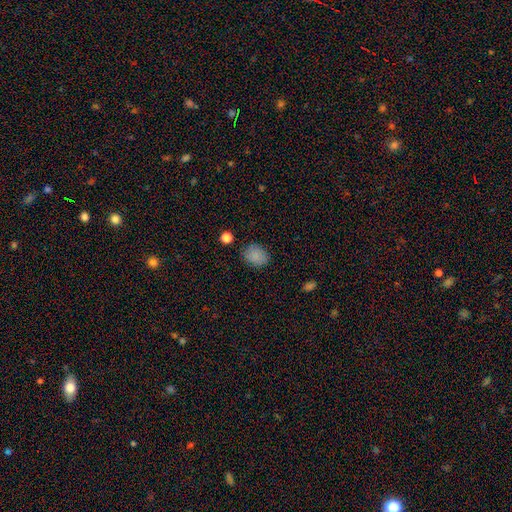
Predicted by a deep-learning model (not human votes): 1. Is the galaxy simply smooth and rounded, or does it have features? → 84% smooth, 10% star or artifact, 5% featured or disk.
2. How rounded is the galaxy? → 53% round, 46% in between, 1% cigar-shaped.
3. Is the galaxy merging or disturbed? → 81% none, 14% minor disturbance, 3% major disturbance, 2% merger.